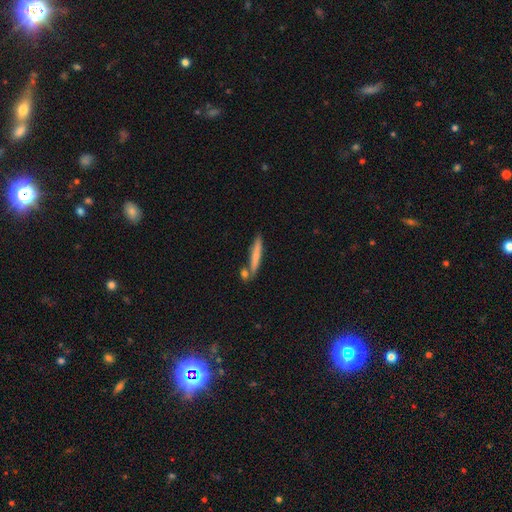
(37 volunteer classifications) Overall: smooth (65%; featured or disk 32%). How rounded: cigar-shaped (100%). Merging: none (69%).